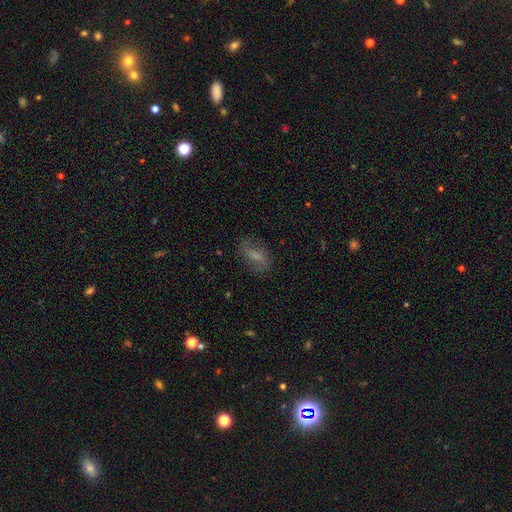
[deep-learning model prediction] smooth 55%, featured or disk 35%, star or artifact 11%. Down the decision tree: how rounded — in between (72%); merging — none (75%).